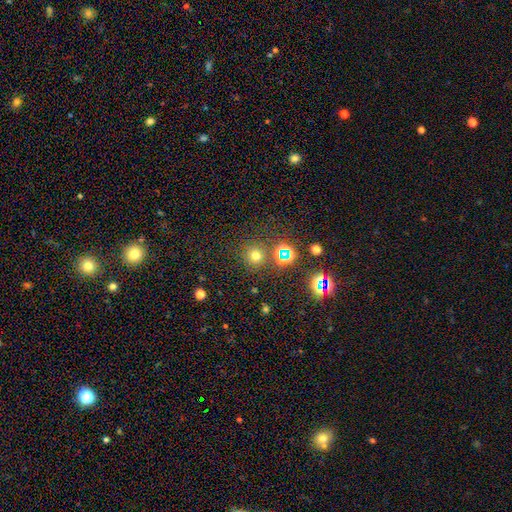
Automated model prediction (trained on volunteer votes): Smooth or featured? Predicted: smooth (p=0.63). How rounded? Predicted: round (p=0.93). Merging? Predicted: none (p=0.81).